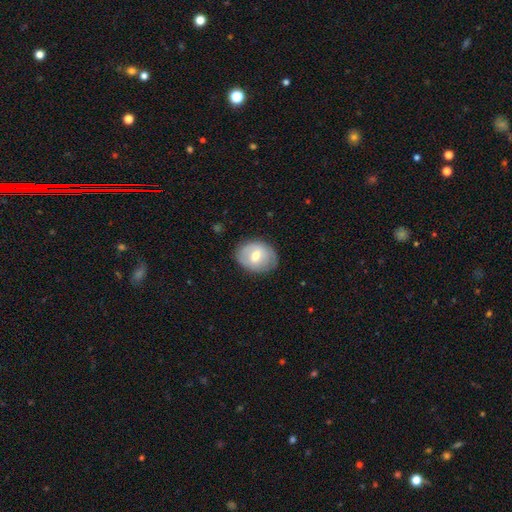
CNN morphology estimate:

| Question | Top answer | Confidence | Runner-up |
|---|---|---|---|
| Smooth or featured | smooth | 53% | featured or disk (40%) |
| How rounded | in between | 52% | round (47%) |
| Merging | none | 79% | minor disturbance (16%) |